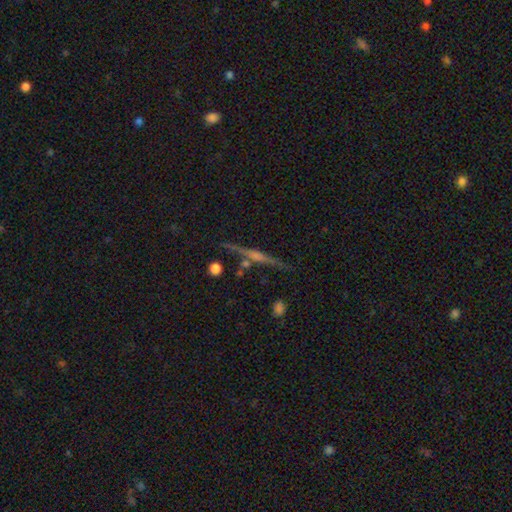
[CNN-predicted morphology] smooth_or_featured: featured or disk (p=0.71) [alt: smooth p=0.18]
disk_edge_on: yes (p=0.96) [alt: no p=0.04]
edge_on_bulge: rounded (p=0.59) [alt: none p=0.25]
merging: none (p=0.81) [alt: minor disturbance p=0.11]